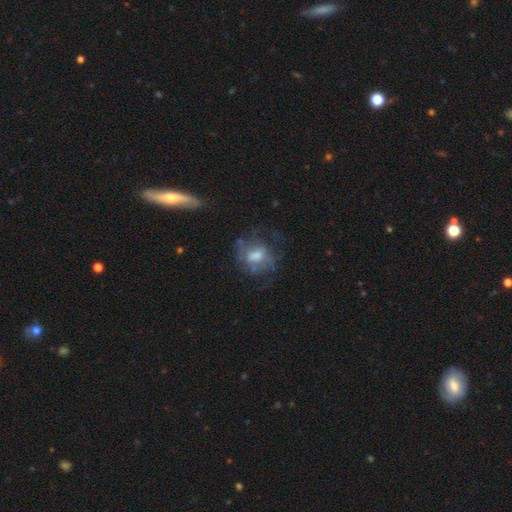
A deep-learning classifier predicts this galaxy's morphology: Q: Smooth or featured?
A: featured or disk (47%); runner-up: smooth (41%)
Q: Merging?
A: none (51%); runner-up: major disturbance (24%)